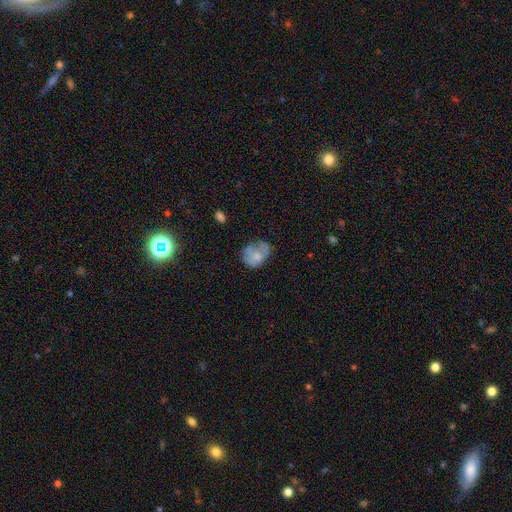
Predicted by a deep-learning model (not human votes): Q: Smooth or featured?
A: smooth (58%); runner-up: featured or disk (32%)
Q: How rounded?
A: in between (58%); runner-up: round (41%)
Q: Merging?
A: none (42%); runner-up: minor disturbance (31%)